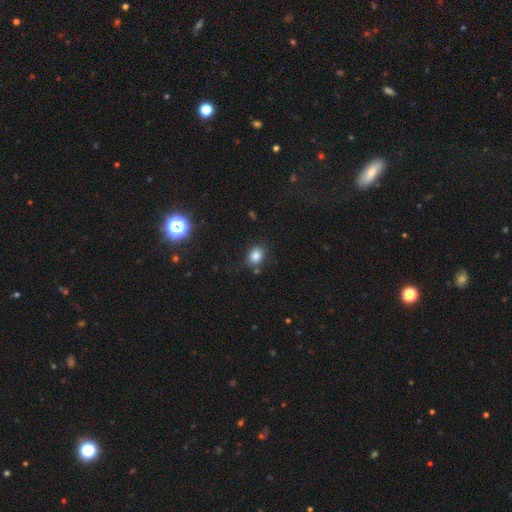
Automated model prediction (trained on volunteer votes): This appears to be a smooth galaxy with no disk features (82%) that is in between round and cigar-shaped (56%). Merging: none (78%).